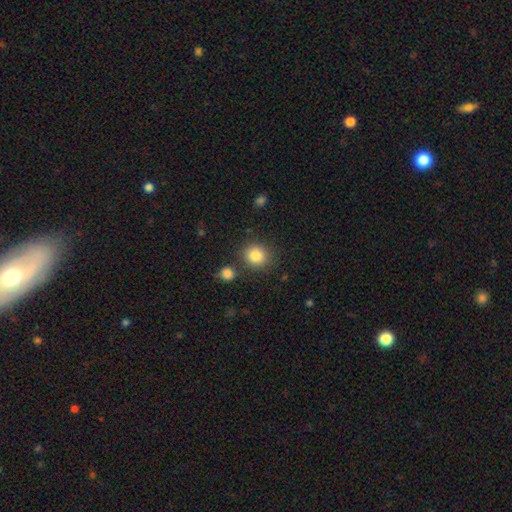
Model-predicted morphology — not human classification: Smooth or featured? Predicted: smooth (p=0.84). How rounded? Predicted: round (p=0.83). Merging? Predicted: none (p=0.81).